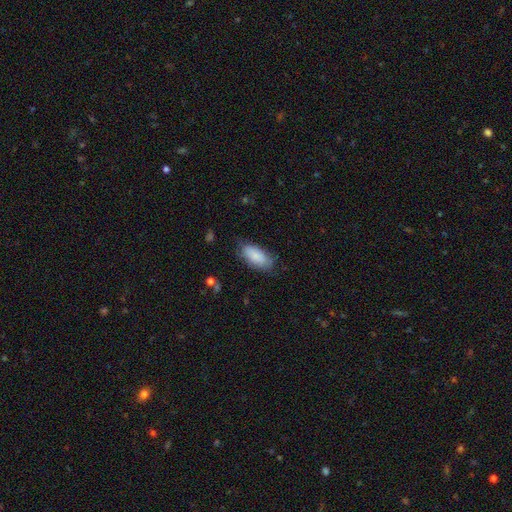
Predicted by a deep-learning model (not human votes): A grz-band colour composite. It shows a smooth galaxy with no disk features (85%) that is in between round and cigar-shaped (90%). Merging: none (69%).